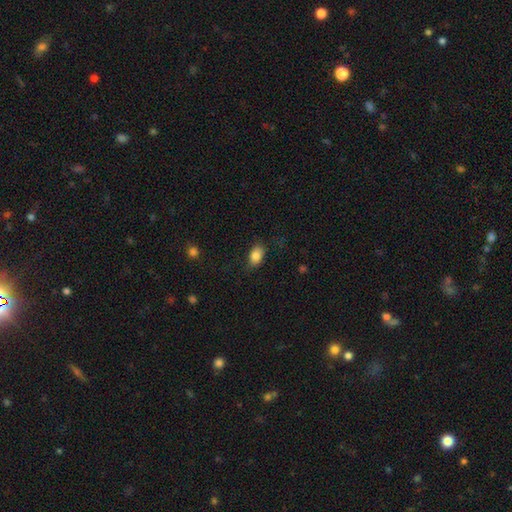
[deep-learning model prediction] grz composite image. It shows a smooth galaxy with no disk features (85%) that is in between round and cigar-shaped (85%). Merging: none (79%).